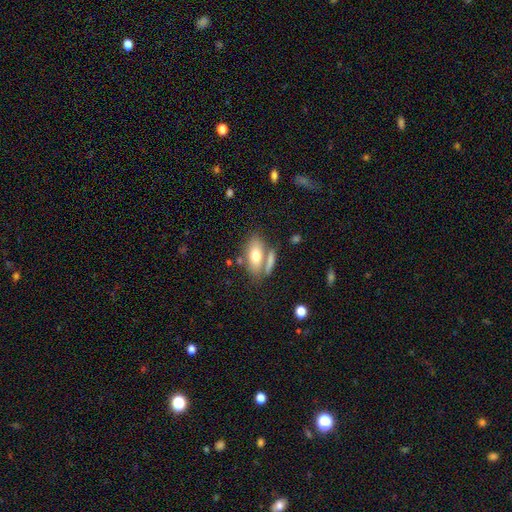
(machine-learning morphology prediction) Smooth or featured? smooth (70%)
How rounded? in between (84%)
Merging? none (54%)